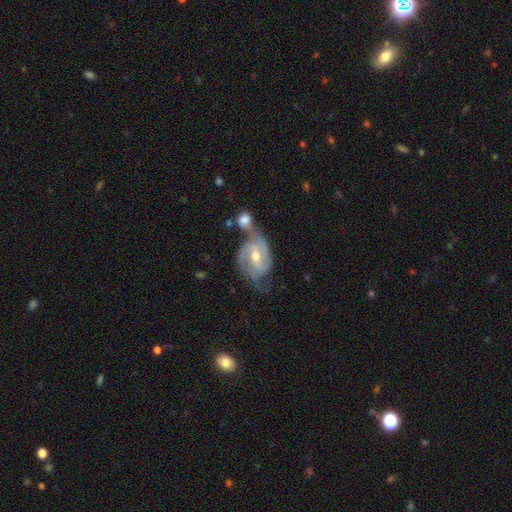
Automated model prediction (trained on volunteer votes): This is clearly a featured or disk galaxy (86%). It is clearly not viewed edge-on (97%). Bar: possibly weak (49%). Spiral arm pattern: clearly yes (96%). Spiral arm count: possibly 2 (54%). Spiral winding: marginally medium (45%). Central bulge: likely moderate (64%). Merging: marginally none (37%).